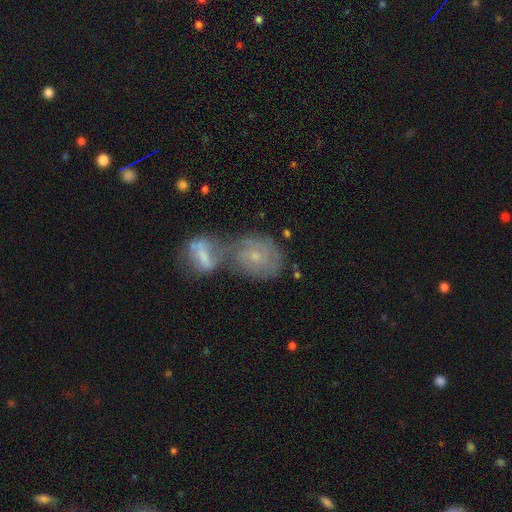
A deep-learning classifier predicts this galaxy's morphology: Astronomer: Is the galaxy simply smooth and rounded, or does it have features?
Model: featured or disk — 57% (runner-up: smooth, 33%).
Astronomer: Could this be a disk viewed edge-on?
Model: no — 95%.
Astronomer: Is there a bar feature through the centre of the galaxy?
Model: no — 72%.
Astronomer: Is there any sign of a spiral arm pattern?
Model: yes — 67%.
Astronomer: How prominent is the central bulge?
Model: small — 72%.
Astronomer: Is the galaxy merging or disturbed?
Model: merger — 60%.